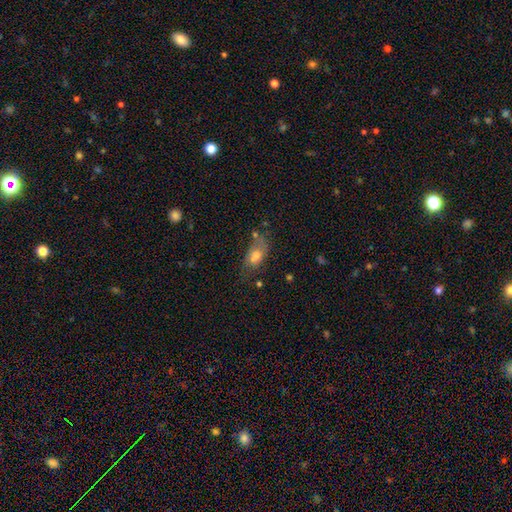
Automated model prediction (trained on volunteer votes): The model was most divided on "merging": none: 42%, minor disturbance: 25%, merger: 18%, major disturbance: 15%. More confident: how rounded — in between (80%); smooth or featured — smooth (68%).